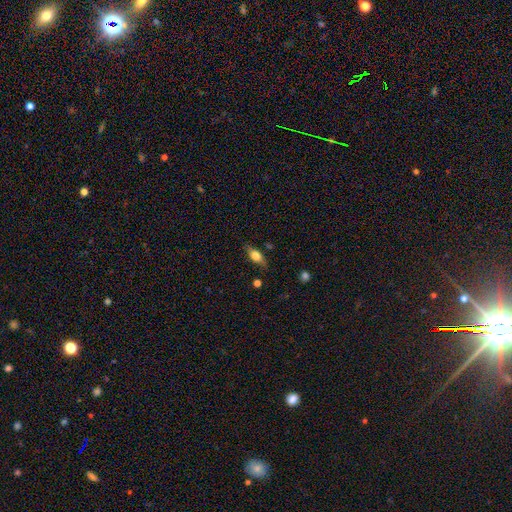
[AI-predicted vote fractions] Q: Smooth or featured?
A: smooth (64%); runner-up: featured or disk (28%)
Q: How rounded?
A: in between (74%); runner-up: cigar-shaped (20%)
Q: Merging?
A: none (78%); runner-up: minor disturbance (16%)